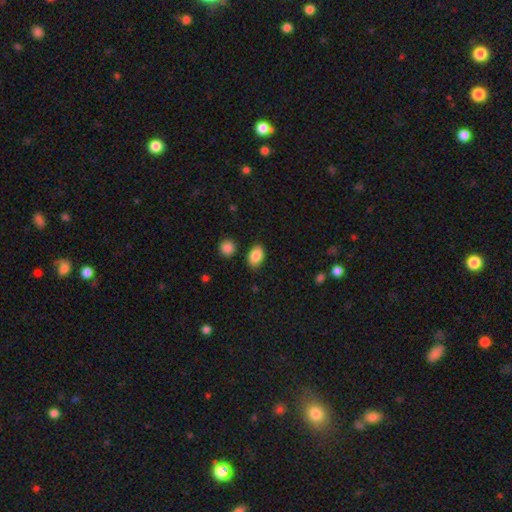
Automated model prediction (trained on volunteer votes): Smooth or featured? smooth (87%)
How rounded? in between (86%)
Merging? none (83%)